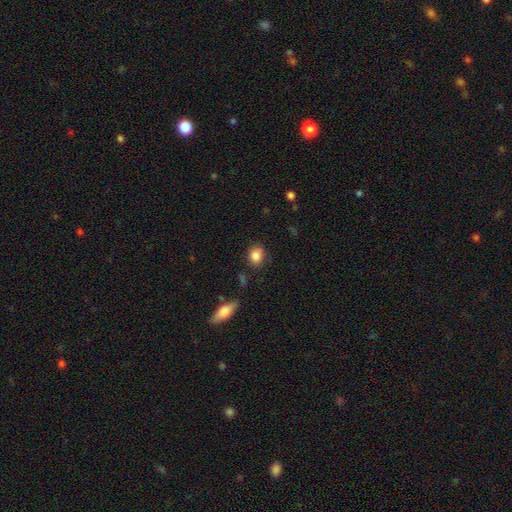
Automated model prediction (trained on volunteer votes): A smooth galaxy with no disk features (84%) that is round (52%). Merging: none (74%).